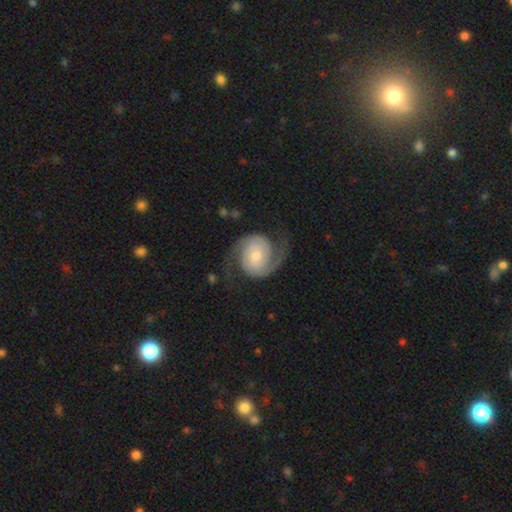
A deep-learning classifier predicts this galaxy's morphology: Smooth or featured: featured or disk — 89% (smooth — 6%)
Edge-on disk: no — 98% (yes — 2%)
Bar: no — 67% (weak — 26%)
Spiral arms: yes — 98% (no — 2%)
Spiral winding: medium — 44% (tight — 35%)
Spiral arm count: 2 — 94% (can't tell — 2%)
Bulge size: moderate — 53% (small — 36%)
Merging: none — 76% (minor disturbance — 13%)